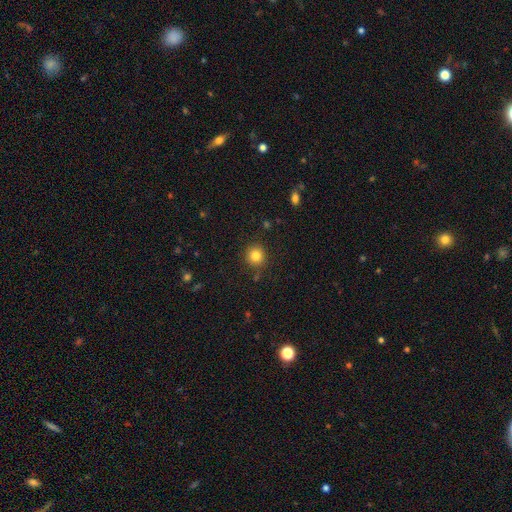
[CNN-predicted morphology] smooth-or-featured: smooth: 83% | star or artifact: 12% | featured or disk: 6%
  how-rounded: round: 91% | in between: 8% | cigar-shaped: 1%
  merging: none: 88% | minor disturbance: 8% | major disturbance: 2% | merger: 2%